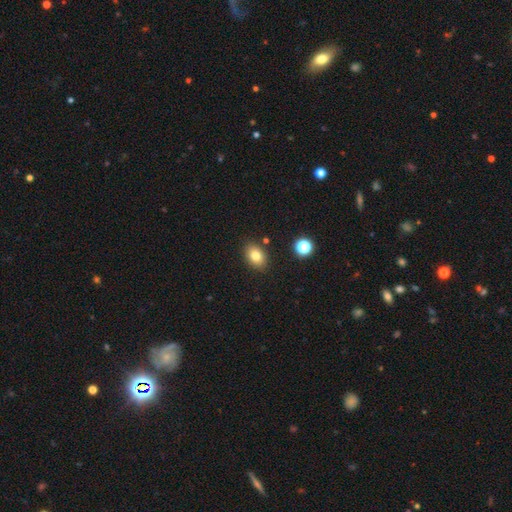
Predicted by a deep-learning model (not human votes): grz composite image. It shows a smooth galaxy with no disk features (81%) that is in between round and cigar-shaped (74%). Merging: none (85%).